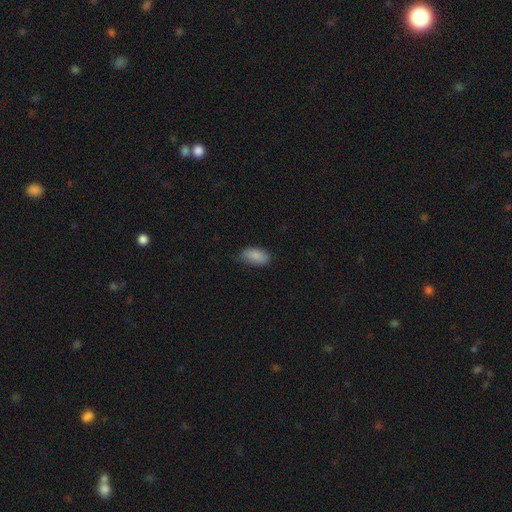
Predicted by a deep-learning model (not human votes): Smooth or featured? Predicted: smooth (p=0.86). How rounded? Predicted: in between (p=0.93). Merging? Predicted: none (p=0.63).